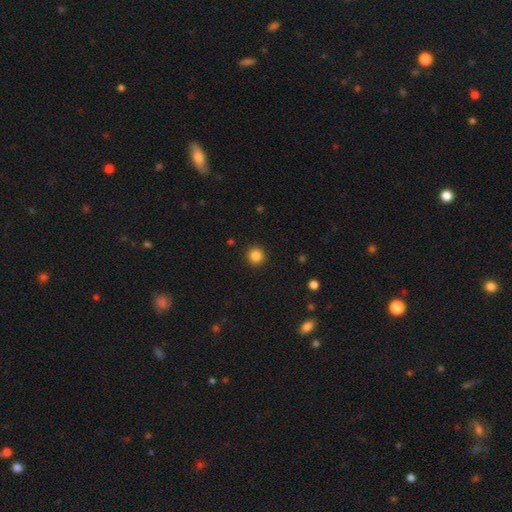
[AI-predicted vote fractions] This appears to be a smooth galaxy with no disk features (85%) that is round (95%). Merging: none (93%).